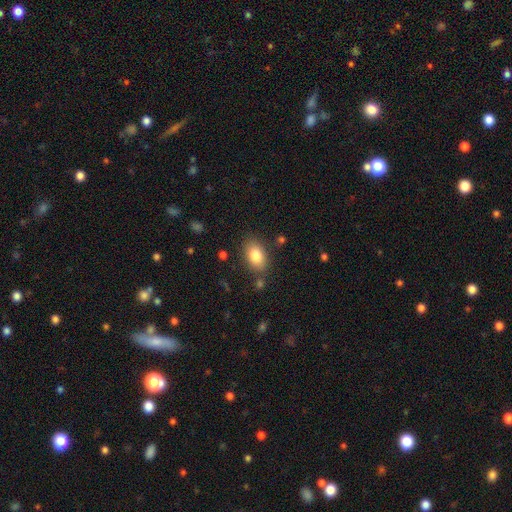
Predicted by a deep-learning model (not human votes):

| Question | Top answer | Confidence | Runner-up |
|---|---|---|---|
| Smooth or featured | smooth | 83% | featured or disk (9%) |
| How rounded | in between | 89% | round (9%) |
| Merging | none | 80% | minor disturbance (12%) |